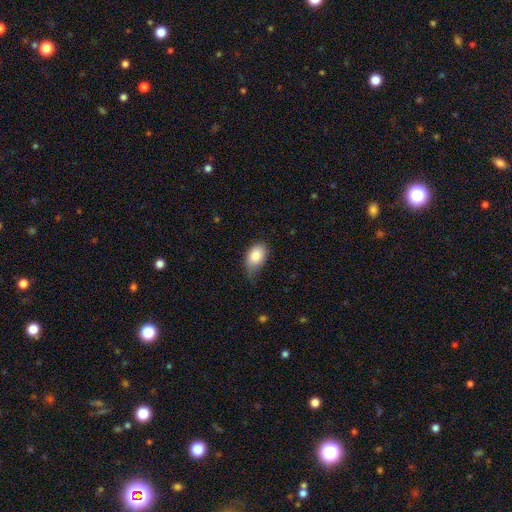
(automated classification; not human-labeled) Q: Smooth or featured?
A: smooth (83%); runner-up: featured or disk (10%)
Q: How rounded?
A: in between (87%); runner-up: round (11%)
Q: Merging?
A: none (54%); runner-up: minor disturbance (37%)